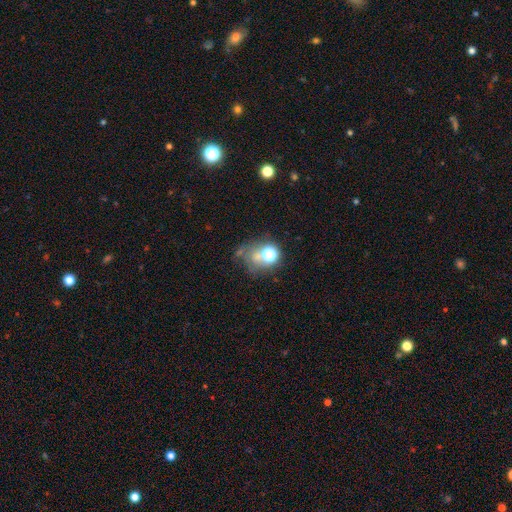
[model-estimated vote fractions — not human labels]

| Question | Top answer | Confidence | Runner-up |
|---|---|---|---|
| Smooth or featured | smooth | 45% | star or artifact (34%) |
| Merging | none | 43% | major disturbance (21%) |